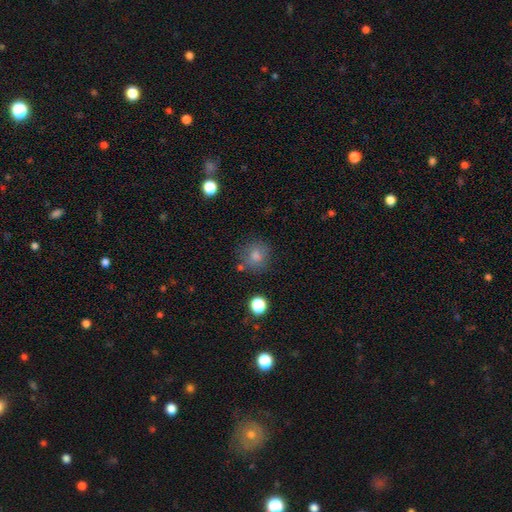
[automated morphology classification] type=smooth (77%); roundness=round (81%); merging=none (72%).